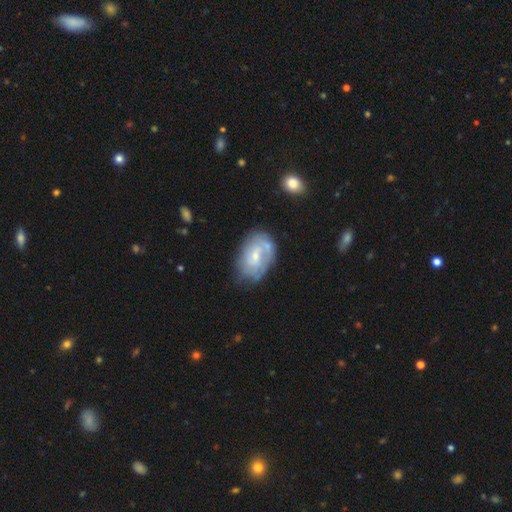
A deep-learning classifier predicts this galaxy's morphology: Smooth or featured: featured or disk — 56% (smooth — 37%)
Edge-on disk: no — 96% (yes — 4%)
Bar: no — 53% (weak — 40%)
Spiral arms: yes — 66% (no — 34%)
Bulge size: small — 55% (moderate — 36%)
Merging: none — 58% (minor disturbance — 25%)